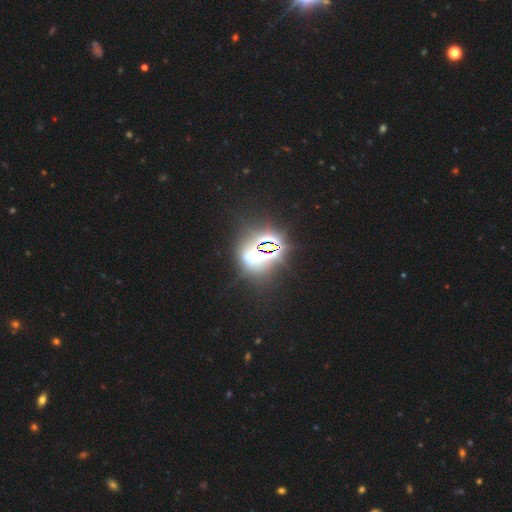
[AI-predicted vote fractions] smooth_or_featured: star or artifact (p=0.69) [alt: smooth p=0.20]